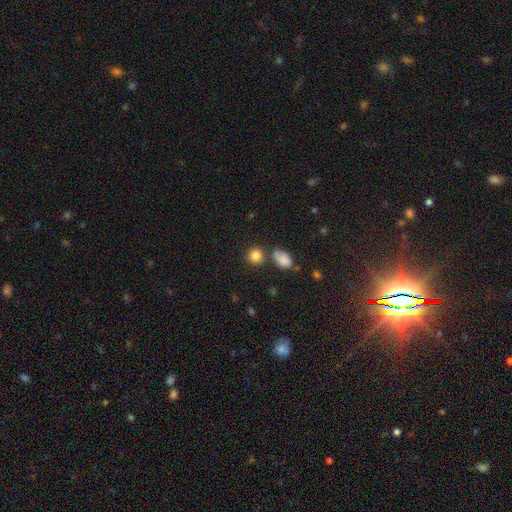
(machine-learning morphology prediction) The model was most divided on "merging": none: 69%, merger: 16%, minor disturbance: 11%, major disturbance: 4%. More confident: smooth or featured — smooth (84%); how rounded — round (83%).